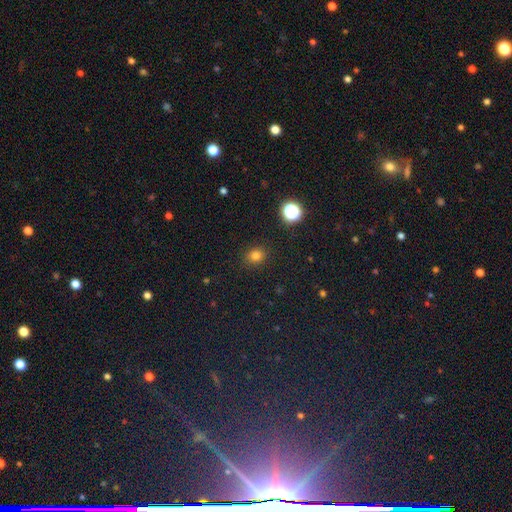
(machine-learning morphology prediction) Smooth or featured? smooth (77%)
How rounded? round (71%)
Merging? none (88%)